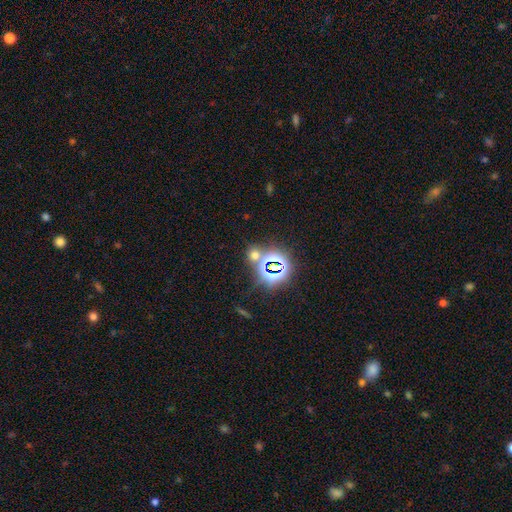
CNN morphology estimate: This appears to be a star or artifact, not a galaxy (51%).